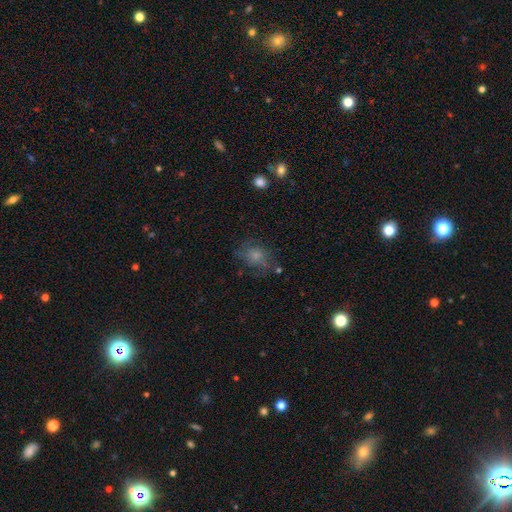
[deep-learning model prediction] Smooth or featured? Predicted: smooth (p=0.64). How rounded? Predicted: in between (p=0.50). Merging? Predicted: none (p=0.55).